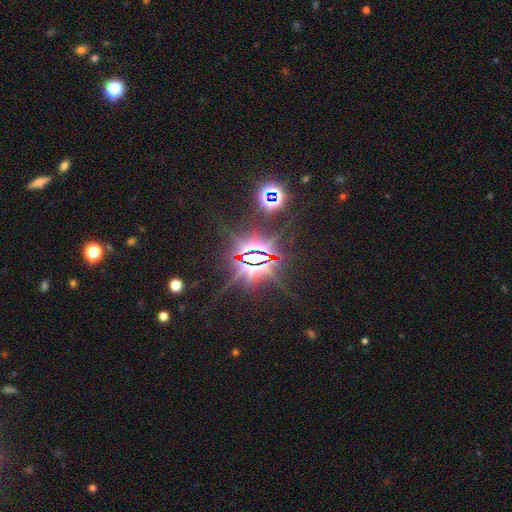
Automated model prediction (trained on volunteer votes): Morphology: type=star or artifact (85%).